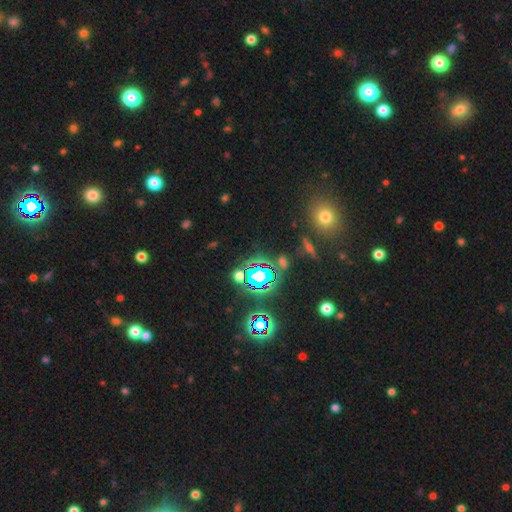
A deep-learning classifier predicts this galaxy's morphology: Overall: star or artifact (73%).